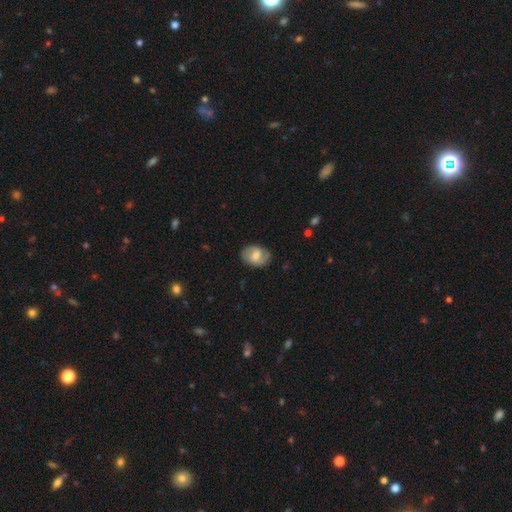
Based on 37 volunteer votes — Smooth or featured? 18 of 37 (49%) said featured or disk. Edge-on disk? 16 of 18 (89%) said no. Bar? 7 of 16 (44%) said weak. Spiral arms? 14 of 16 (88%) said yes. Spiral winding? 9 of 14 (64%) said medium. Spiral arm count? 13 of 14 (93%) said 2. Bulge size? 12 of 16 (75%) said moderate. Merging? 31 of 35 (89%) said none.